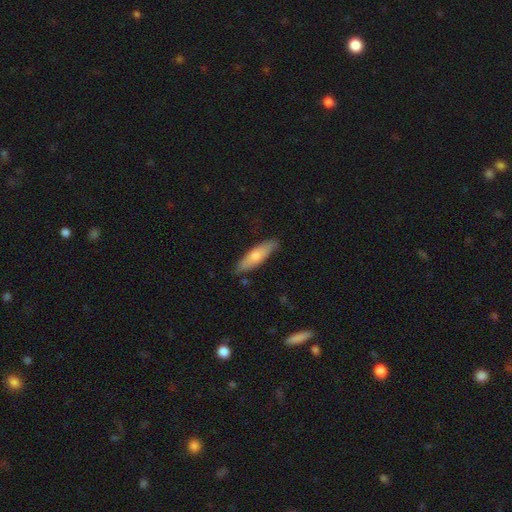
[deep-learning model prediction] This is likely a smooth galaxy (64%). How rounded: likely cigar-shaped (67%). Merging: clearly none (83%).